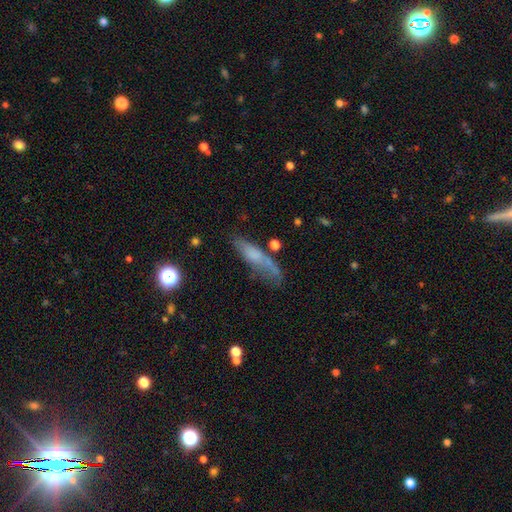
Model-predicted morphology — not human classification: A smooth galaxy with no disk features (57%) that is cigar-shaped (65%).

Vote fractions:
- Smooth or featured? smooth: 57% / featured or disk: 32% / star or artifact: 12%
- How rounded? cigar-shaped: 65% / in between: 31% / round: 4%
- Merging? none: 51% / minor disturbance: 26% / major disturbance: 15% / merger: 8%